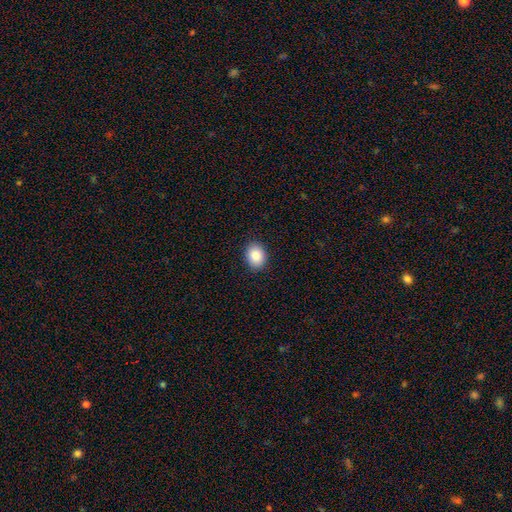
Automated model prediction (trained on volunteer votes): This appears to be a smooth galaxy with no disk features (88%) that is in between round and cigar-shaped (64%). Merging: none (89%).